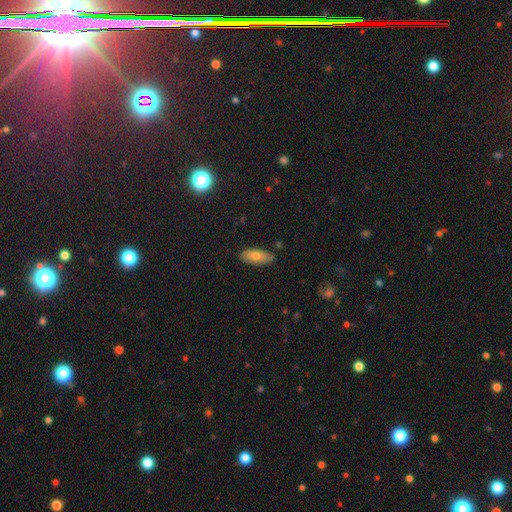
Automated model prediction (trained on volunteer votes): smooth 73%, featured or disk 20%, star or artifact 8%. Down the decision tree: how rounded — in between (78%); merging — none (82%).